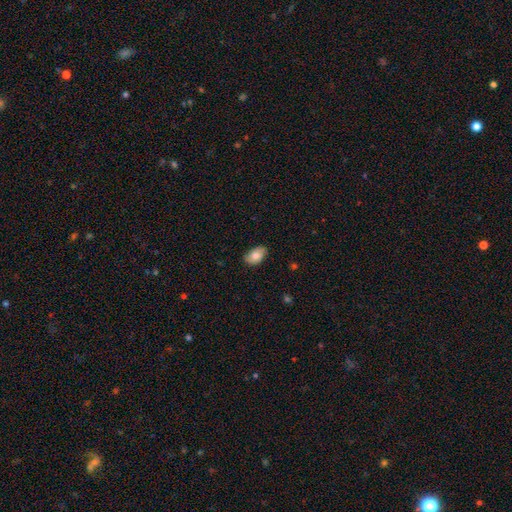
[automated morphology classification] This appears to be a smooth galaxy with no disk features (77%) that is in between round and cigar-shaped (91%). Merging: none (79%).